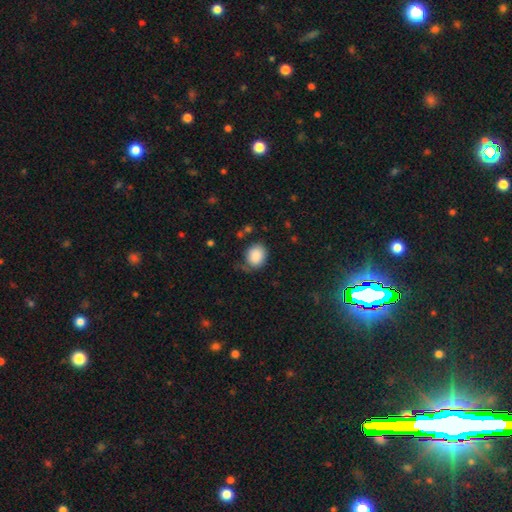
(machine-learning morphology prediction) Smooth or featured? Predicted: smooth (p=0.87). How rounded? Predicted: round (p=0.56). Merging? Predicted: none (p=0.66).